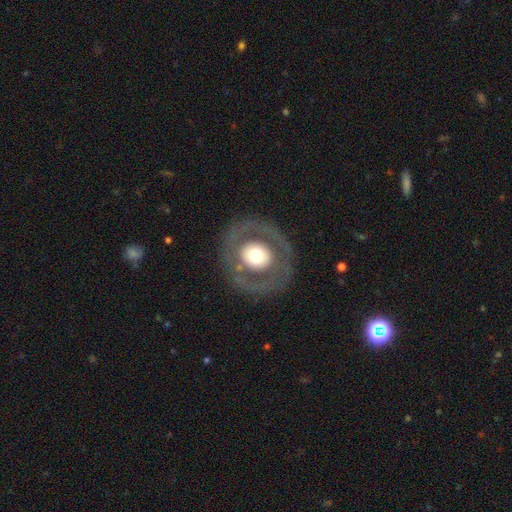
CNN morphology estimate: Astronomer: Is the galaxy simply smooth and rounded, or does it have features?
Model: featured or disk — 51% (runner-up: smooth, 42%).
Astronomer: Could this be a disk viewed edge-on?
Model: no — 95%.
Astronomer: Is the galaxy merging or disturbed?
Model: none — 82%.